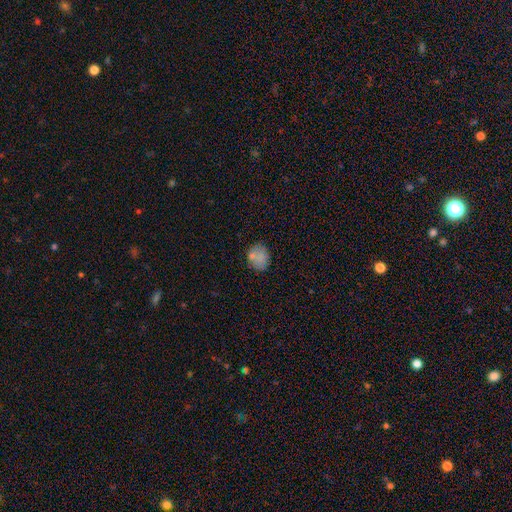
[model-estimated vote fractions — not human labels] Overall: smooth (79%). How rounded: round (59%; in between 40%). Merging: none (70%).